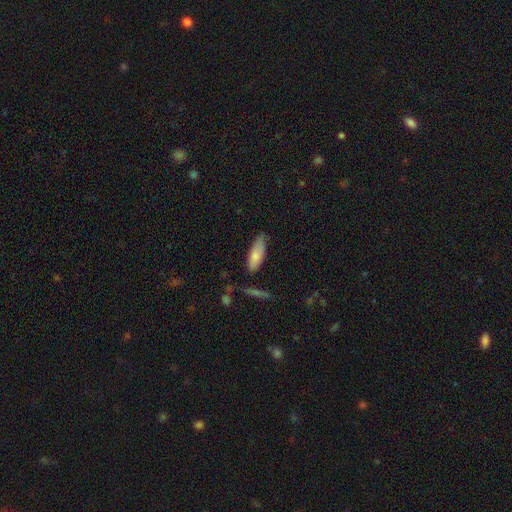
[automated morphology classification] The model was most divided on "how rounded": in between: 66%, cigar-shaped: 32%, round: 2%. More confident: smooth or featured — smooth (81%); merging — none (65%).